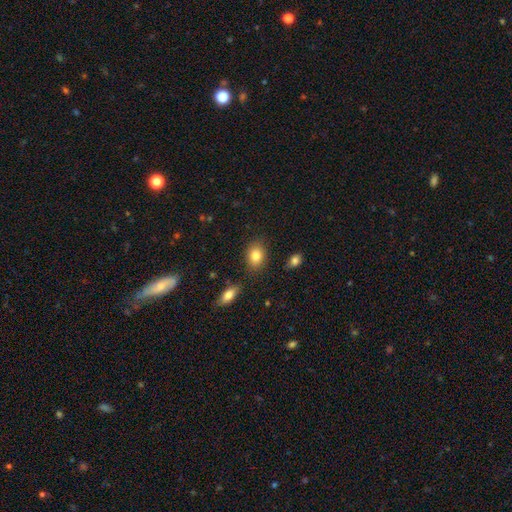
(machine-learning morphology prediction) Q: Smooth or featured?
A: smooth (83%); runner-up: star or artifact (9%)
Q: How rounded?
A: in between (65%); runner-up: round (34%)
Q: Merging?
A: none (83%); runner-up: minor disturbance (11%)